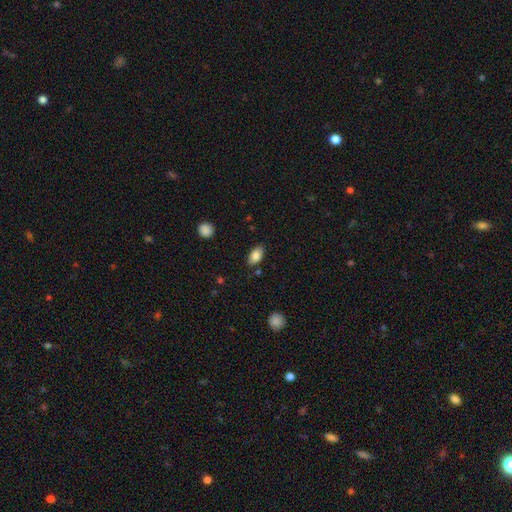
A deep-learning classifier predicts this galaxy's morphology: Smooth or featured? Predicted: smooth (p=0.83). How rounded? Predicted: in between (p=0.91). Merging? Predicted: none (p=0.84).